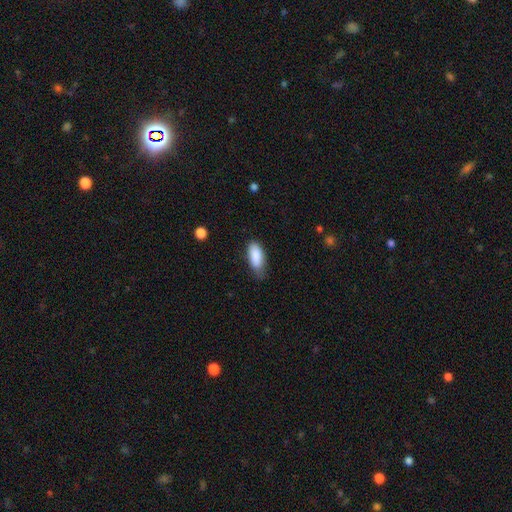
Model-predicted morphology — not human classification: Smooth or featured: smooth — 88% (star or artifact — 6%)
How rounded: in between — 85% (cigar-shaped — 13%)
Merging: none — 56% (minor disturbance — 35%)